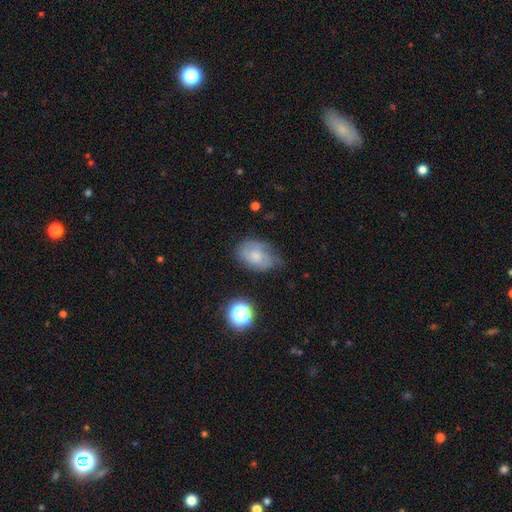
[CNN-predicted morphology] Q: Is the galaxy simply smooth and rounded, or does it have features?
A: smooth — 53%.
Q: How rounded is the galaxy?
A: in between — 79%.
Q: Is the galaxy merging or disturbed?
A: none — 53%.